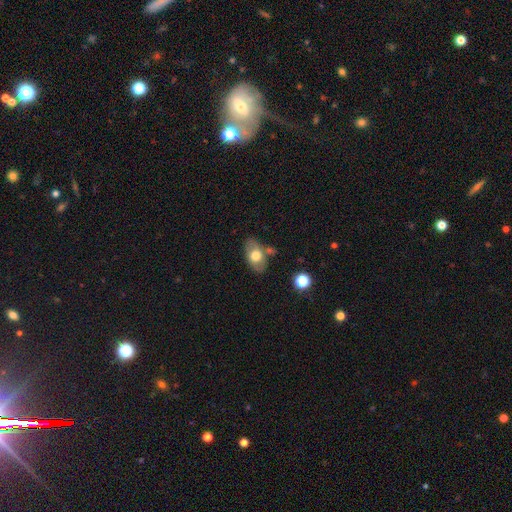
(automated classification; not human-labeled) Smooth or featured?
  - smooth: 66% *
  - featured or disk: 27%
  - star or artifact: 7%
How rounded?
  - in between: 87% *
  - round: 11%
  - cigar-shaped: 2%
Merging?
  - none: 69% *
  - minor disturbance: 17%
  - merger: 10%
  - major disturbance: 4%